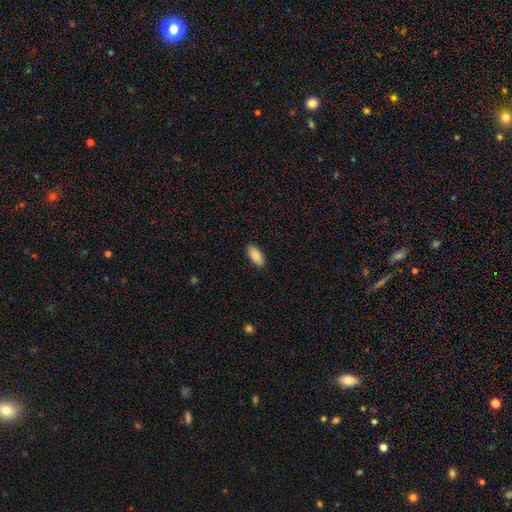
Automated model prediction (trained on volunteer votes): Smooth or featured? smooth (86%)
How rounded? in between (89%)
Merging? none (90%)